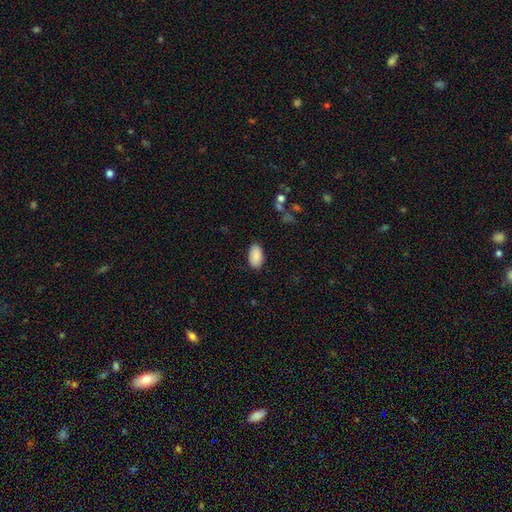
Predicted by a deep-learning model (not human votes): Q: Smooth or featured?
A: smooth (89%); runner-up: star or artifact (7%)
Q: How rounded?
A: in between (95%); runner-up: round (4%)
Q: Merging?
A: none (85%); runner-up: minor disturbance (11%)